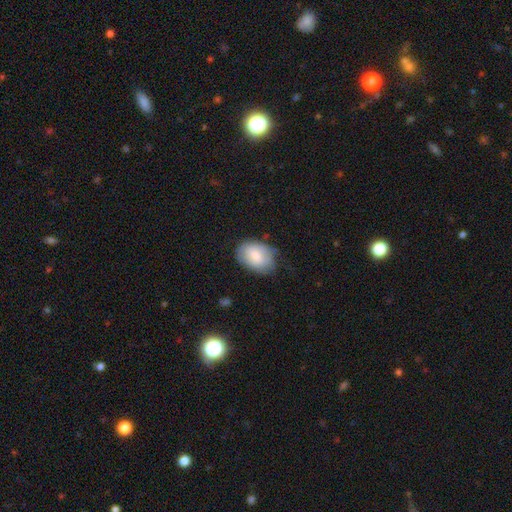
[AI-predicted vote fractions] A smooth galaxy with no disk features (77%) that is in between round and cigar-shaped (80%).

Vote fractions:
- Smooth or featured? smooth: 77% / featured or disk: 16% / star or artifact: 7%
- How rounded? in between: 80% / round: 19% / cigar-shaped: 1%
- Merging? none: 67% / minor disturbance: 25% / major disturbance: 6% / merger: 1%